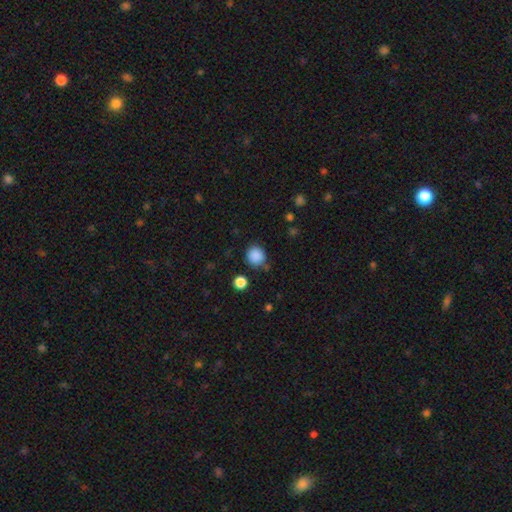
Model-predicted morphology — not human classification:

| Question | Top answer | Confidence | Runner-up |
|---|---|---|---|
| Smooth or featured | smooth | 87% | star or artifact (10%) |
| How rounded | round | 88% | in between (11%) |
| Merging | none | 81% | minor disturbance (11%) |